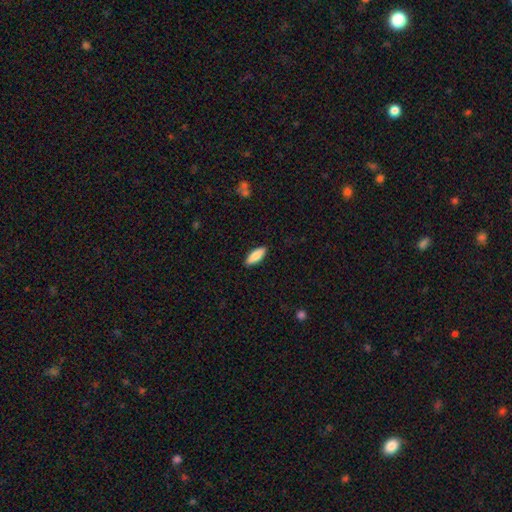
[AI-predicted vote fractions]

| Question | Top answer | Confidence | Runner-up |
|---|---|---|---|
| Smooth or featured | smooth | 86% | featured or disk (9%) |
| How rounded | in between | 62% | cigar-shaped (36%) |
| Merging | none | 90% | minor disturbance (8%) |